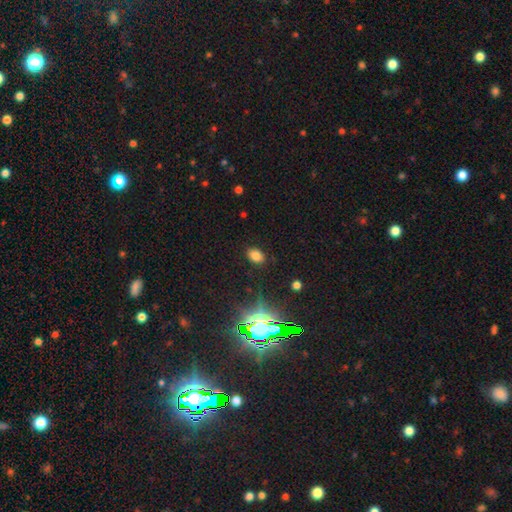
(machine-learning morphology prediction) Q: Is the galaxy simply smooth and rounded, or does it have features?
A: smooth — 74%.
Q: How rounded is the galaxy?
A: in between — 76%.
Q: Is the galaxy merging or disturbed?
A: none — 87%.